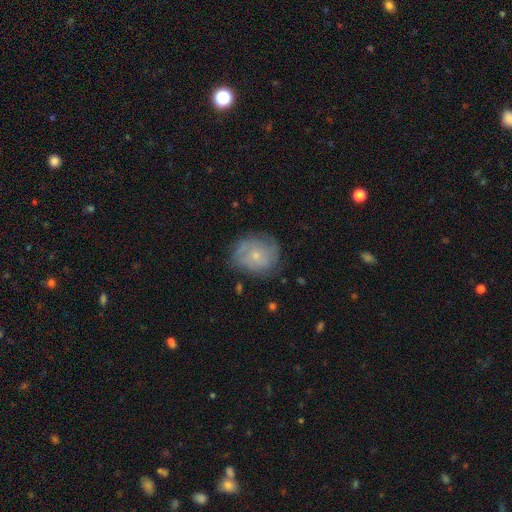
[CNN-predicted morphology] Smooth or featured?
  - smooth: 46% * (tied)
  - featured or disk: 46% * (tied)
  - star or artifact: 9%
Merging?
  - none: 68% *
  - minor disturbance: 22%
  - major disturbance: 8%
  - merger: 2%